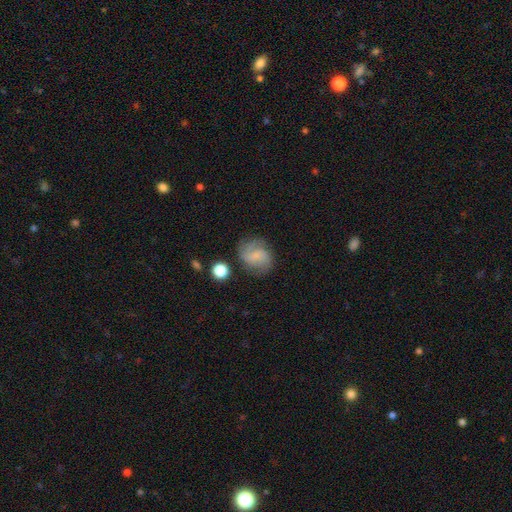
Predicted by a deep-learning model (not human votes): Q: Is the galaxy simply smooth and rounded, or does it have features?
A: featured or disk — 56%.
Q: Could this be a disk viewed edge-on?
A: no — 98%.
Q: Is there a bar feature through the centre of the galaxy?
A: no — 56%.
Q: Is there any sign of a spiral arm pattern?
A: yes — 90%.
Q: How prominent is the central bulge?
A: small — 52%.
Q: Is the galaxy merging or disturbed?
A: none — 66%.